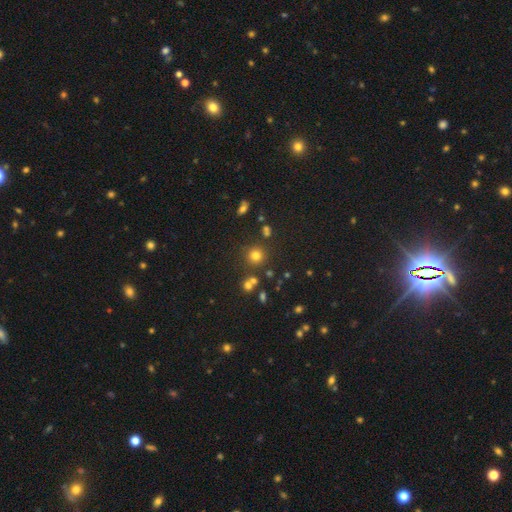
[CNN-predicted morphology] A smooth galaxy with no disk features (73%) that is round (91%).

Vote fractions:
- Smooth or featured? smooth: 73% / star or artifact: 20% / featured or disk: 8%
- How rounded? round: 91% / in between: 8% / cigar-shaped: 1%
- Merging? none: 80% / minor disturbance: 8% / merger: 8% / major disturbance: 3%